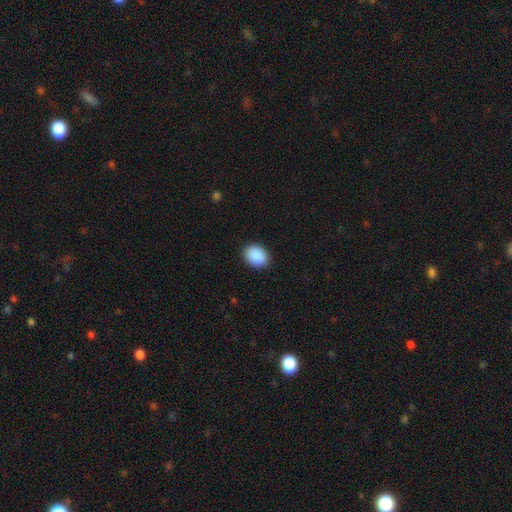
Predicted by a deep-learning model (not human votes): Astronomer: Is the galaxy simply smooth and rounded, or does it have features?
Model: smooth — 91%.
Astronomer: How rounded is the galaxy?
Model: in between — 62% (runner-up: round, 37%).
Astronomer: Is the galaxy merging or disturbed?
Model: none — 90%.